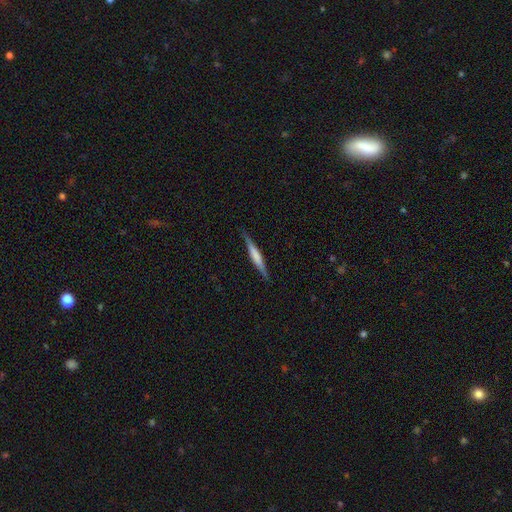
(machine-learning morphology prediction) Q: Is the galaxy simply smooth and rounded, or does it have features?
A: featured or disk — 50%.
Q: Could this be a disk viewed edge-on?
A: yes — 97%.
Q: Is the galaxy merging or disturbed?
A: none — 88%.